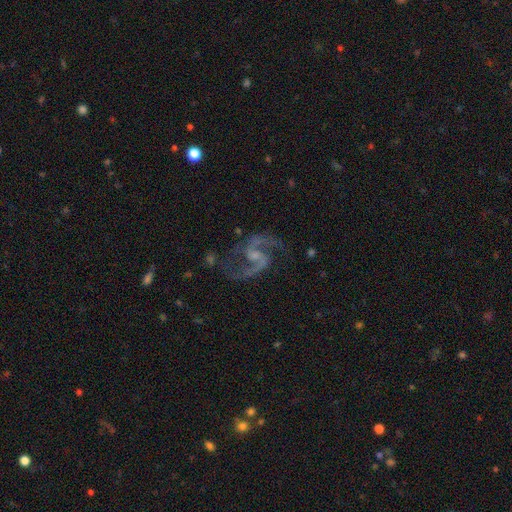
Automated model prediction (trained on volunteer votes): Smooth or featured? featured or disk (92%)
Edge-on disk? no (98%)
Bar? weak (53%)
Spiral arms? yes (98%)
Spiral winding? medium (56%)
Spiral arm count? 2 (94%)
Bulge size? small (43%)
Merging? none (73%)